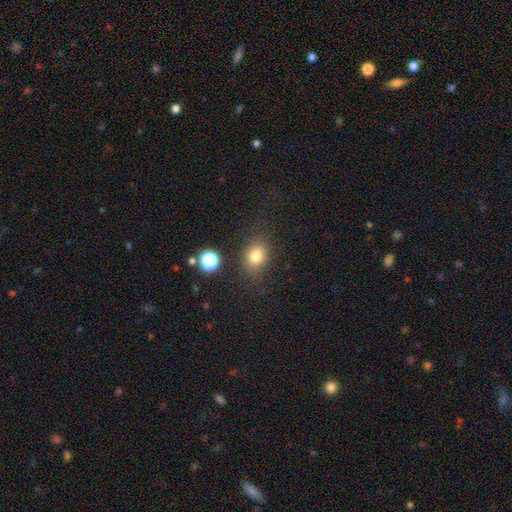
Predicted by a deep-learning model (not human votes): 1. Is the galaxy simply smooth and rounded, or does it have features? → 78% smooth, 14% star or artifact, 8% featured or disk.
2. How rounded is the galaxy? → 55% round, 43% in between, 1% cigar-shaped.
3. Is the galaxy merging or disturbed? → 80% none, 13% minor disturbance, 5% major disturbance, 3% merger.